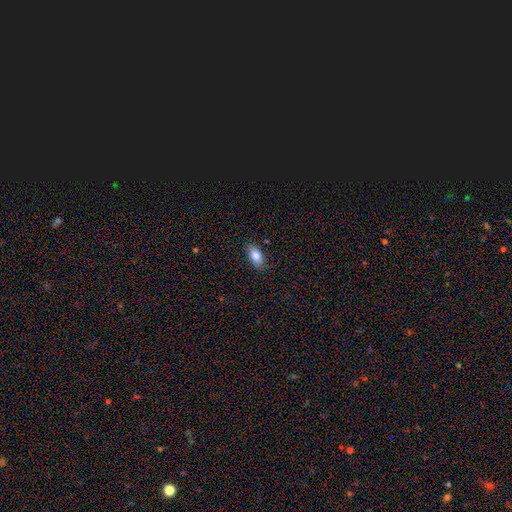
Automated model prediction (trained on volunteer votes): smooth 83%, featured or disk 10%, star or artifact 7%. Down the decision tree: how rounded — in between (90%); merging — none (85%).